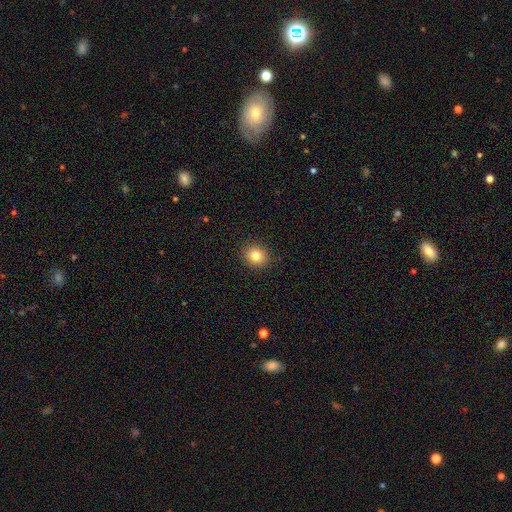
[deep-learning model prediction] smooth-or-featured: smooth: 81% | star or artifact: 11% | featured or disk: 7%
  how-rounded: round: 78% | in between: 21% | cigar-shaped: 1%
  merging: none: 91% | minor disturbance: 6% | major disturbance: 2% | merger: 1%